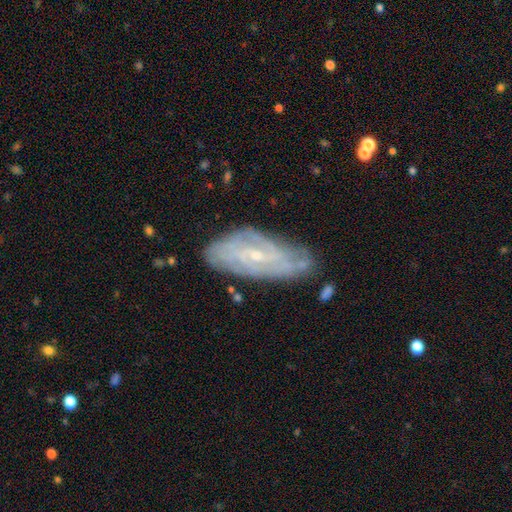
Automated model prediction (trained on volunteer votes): smooth-or-featured: featured or disk: 76% | smooth: 16% | star or artifact: 8%
  disk-edge-on: no: 88% | yes: 12%
    bar: weak: 43% | no: 41% | strong: 15%
    has-spiral-arms: yes: 86% | no: 14%
      spiral-winding: tight: 61% | medium: 29% | loose: 10%
      spiral-arm-count: can't tell: 49% | 2: 21% | 3: 12% | 4: 9% | more than 4: 4% | 1: 4%
    bulge-size: small: 77% | moderate: 19% | none: 2% | large: 1% | dominant: 1%
  merging: none: 64% | minor disturbance: 25% | major disturbance: 7% | merger: 3%